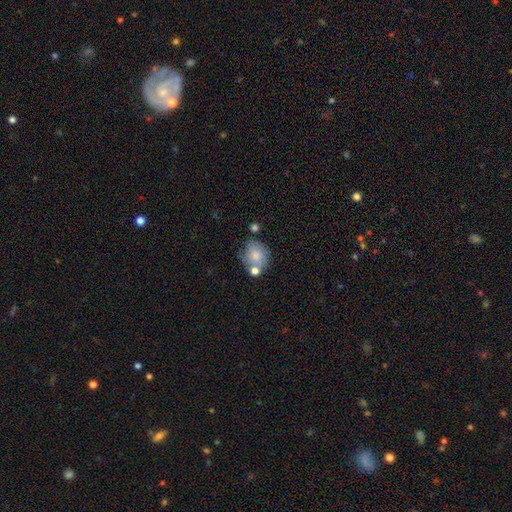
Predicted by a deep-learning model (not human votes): A smooth galaxy with no disk features (73%) that is round (68%). Merging: none (51%).